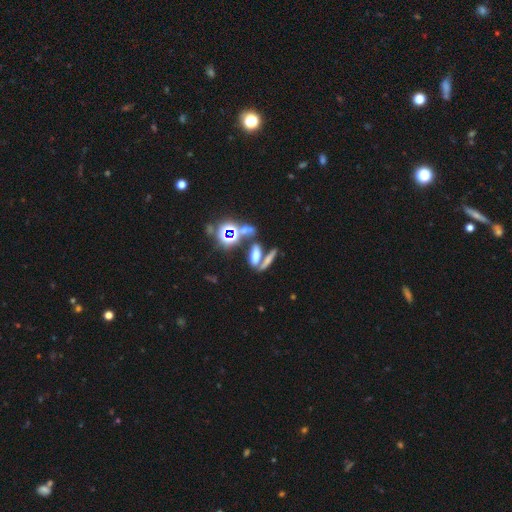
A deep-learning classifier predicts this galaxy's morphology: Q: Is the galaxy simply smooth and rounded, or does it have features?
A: smooth — 56%.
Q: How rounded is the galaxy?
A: in between — 45%.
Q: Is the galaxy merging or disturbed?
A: none — 50%.